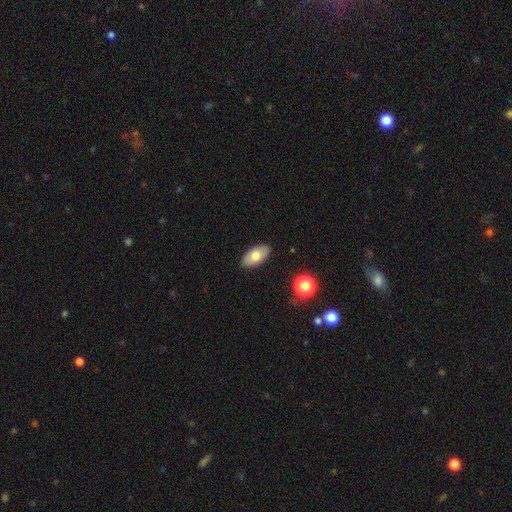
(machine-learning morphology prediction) This is likely a smooth galaxy (73%). How rounded: clearly in between (94%). Merging: clearly none (88%).